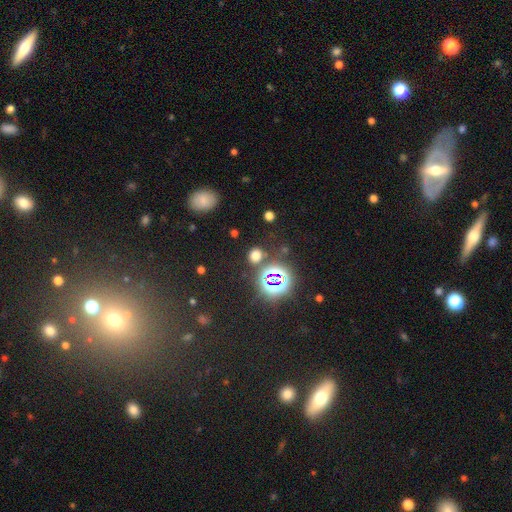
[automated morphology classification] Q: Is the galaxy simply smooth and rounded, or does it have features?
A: smooth — 58%.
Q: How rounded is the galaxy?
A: round — 75%.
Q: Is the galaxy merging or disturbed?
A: none — 81%.